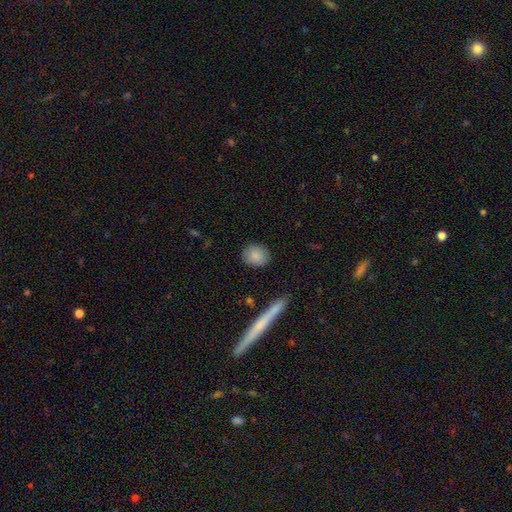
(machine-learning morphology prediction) Smooth or featured?
  - smooth: 87% *
  - star or artifact: 7%
  - featured or disk: 6%
How rounded?
  - round: 62% *
  - in between: 35%
  - cigar-shaped: 2%
Merging?
  - none: 88% *
  - minor disturbance: 8%
  - major disturbance: 2%
  - merger: 2%